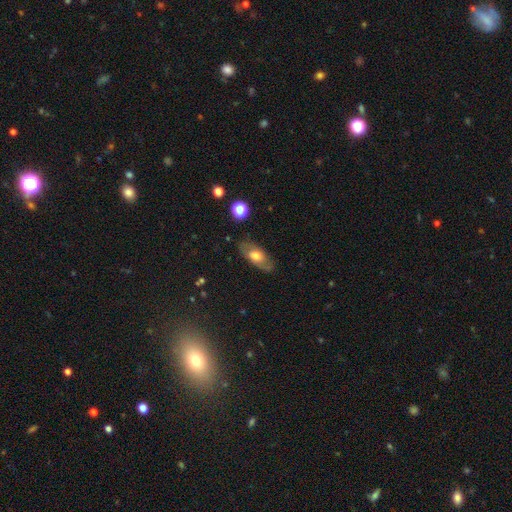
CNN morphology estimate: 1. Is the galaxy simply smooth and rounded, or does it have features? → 47% smooth, 45% featured or disk, 8% star or artifact.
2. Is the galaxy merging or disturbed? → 78% none, 16% minor disturbance, 5% major disturbance, 1% merger.